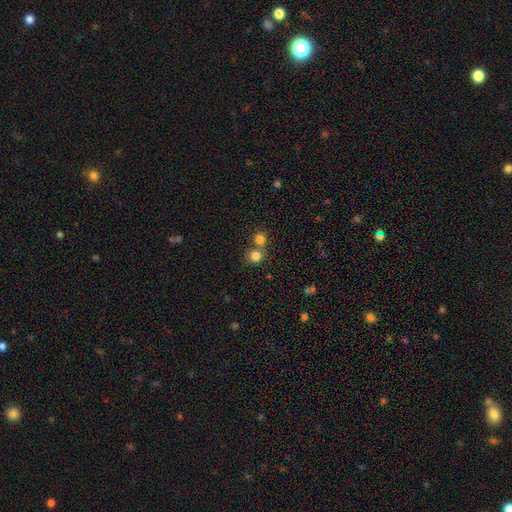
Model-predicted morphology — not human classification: smooth_or_featured: smooth (p=0.80) [alt: star or artifact p=0.13]
how_rounded: round (p=0.88) [alt: in between p=0.11]
merging: none (p=0.54) [alt: merger p=0.37]